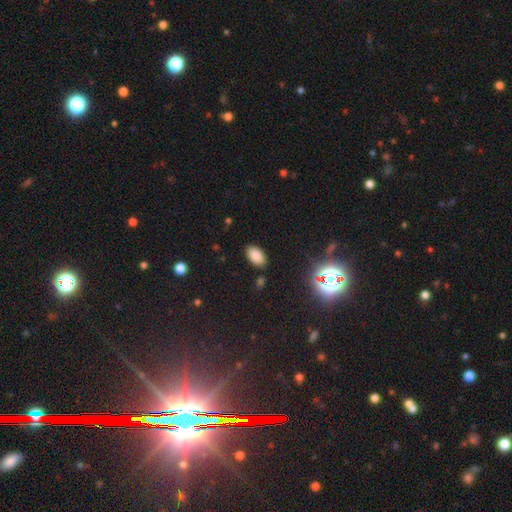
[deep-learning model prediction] The model was most divided on "smooth or featured": smooth: 83%, star or artifact: 12%, featured or disk: 4%. More confident: how rounded — in between (94%); merging — none (87%).